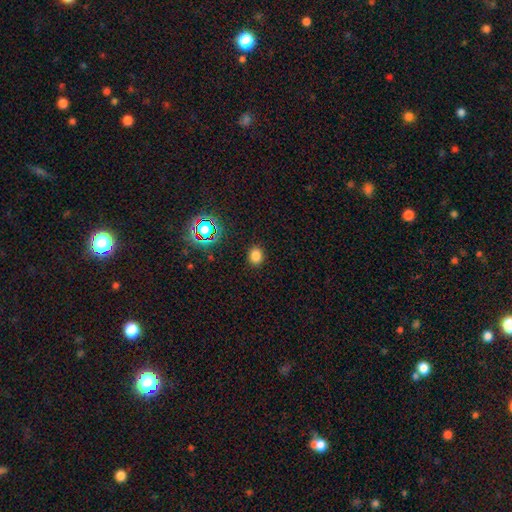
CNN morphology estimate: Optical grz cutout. It shows a smooth galaxy with no disk features (79%) that is round (65%). Merging: none (89%).